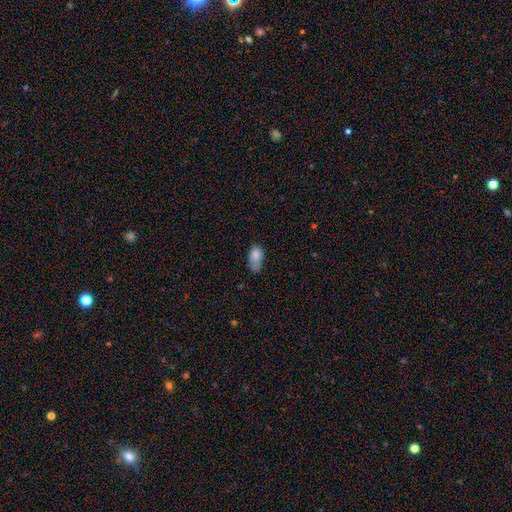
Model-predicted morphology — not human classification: Smooth or featured? smooth (80%)
How rounded? in between (90%)
Merging? none (40%)